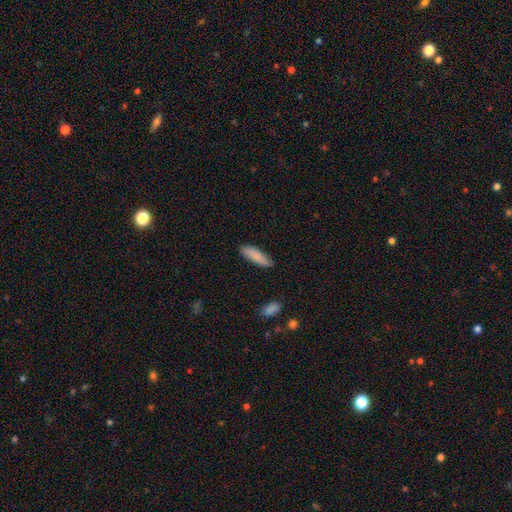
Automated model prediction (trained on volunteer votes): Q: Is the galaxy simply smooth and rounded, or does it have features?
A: smooth — 86%.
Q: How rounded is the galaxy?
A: cigar-shaped — 52%.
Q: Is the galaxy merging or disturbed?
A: none — 83%.